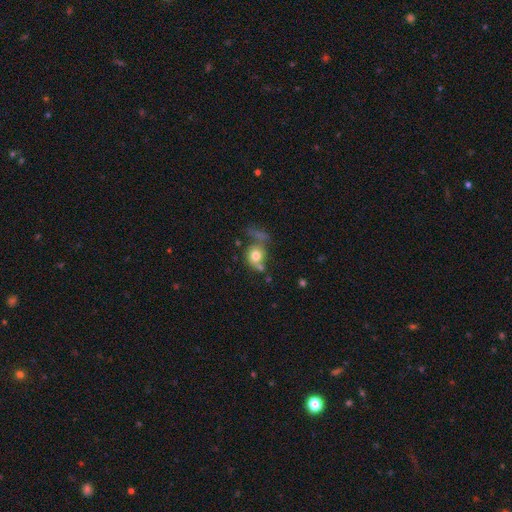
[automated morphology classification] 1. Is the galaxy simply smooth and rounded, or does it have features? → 71% smooth, 19% featured or disk, 10% star or artifact.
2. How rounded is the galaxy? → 71% round, 27% in between, 1% cigar-shaped.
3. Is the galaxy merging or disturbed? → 40% none, 26% merger, 18% minor disturbance, 16% major disturbance.